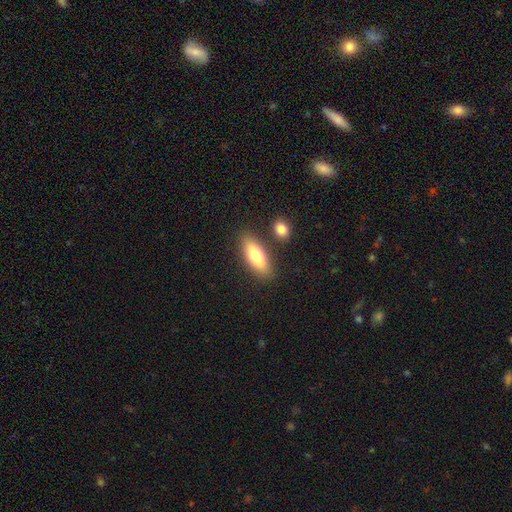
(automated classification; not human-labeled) smooth 75%, featured or disk 18%, star or artifact 6%. Down the decision tree: how rounded — in between (69%); merging — none (81%).